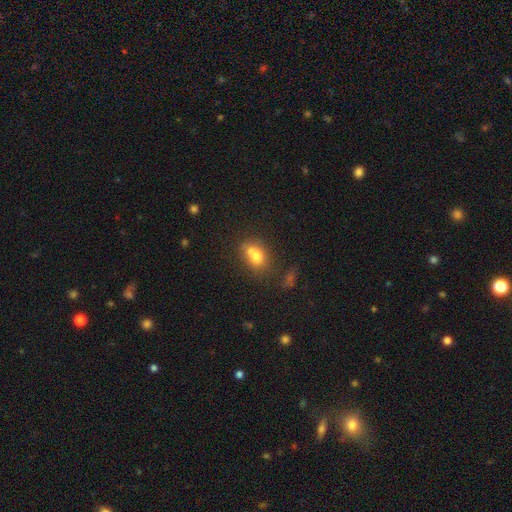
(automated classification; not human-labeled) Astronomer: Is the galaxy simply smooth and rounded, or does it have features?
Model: smooth — 70%.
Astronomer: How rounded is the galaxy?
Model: round — 50% (runner-up: in between, 48%).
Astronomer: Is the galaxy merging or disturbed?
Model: merger — 46% (runner-up: none, 36%).